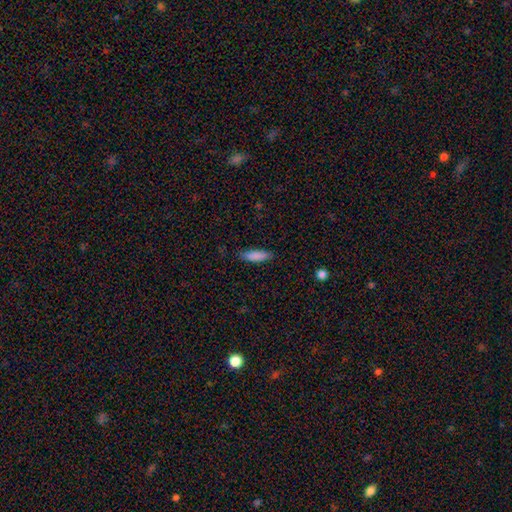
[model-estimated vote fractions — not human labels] A smooth galaxy with no disk features (87%) that is cigar-shaped (59%). Merging: none (86%).